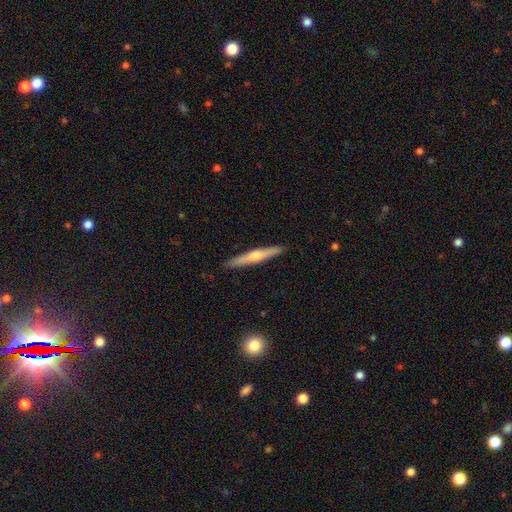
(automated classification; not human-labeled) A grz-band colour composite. It shows a featured or disk galaxy (58%) viewed edge-on (97%) with a rounded central bulge (85%). Merging: none (91%).